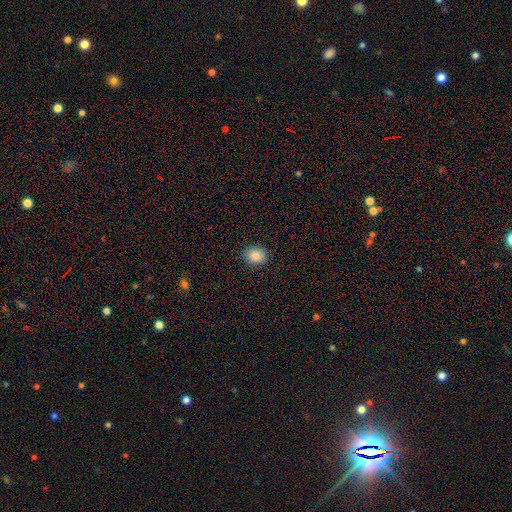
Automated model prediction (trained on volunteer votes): Q: Smooth or featured?
A: smooth (86%); runner-up: star or artifact (9%)
Q: How rounded?
A: round (65%); runner-up: in between (34%)
Q: Merging?
A: none (89%); runner-up: minor disturbance (8%)